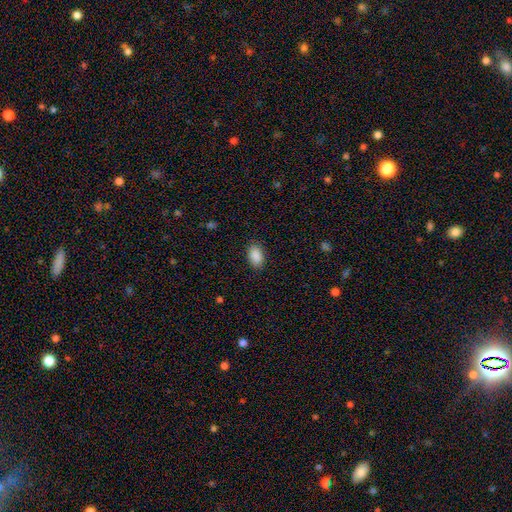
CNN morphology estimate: smooth 90%, star or artifact 7%, featured or disk 3%. Down the decision tree: how rounded — in between (91%); merging — none (88%).